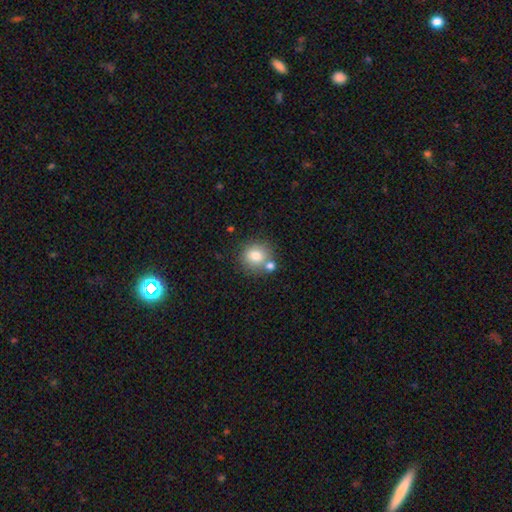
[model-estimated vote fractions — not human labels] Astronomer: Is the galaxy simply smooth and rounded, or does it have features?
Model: smooth — 79%.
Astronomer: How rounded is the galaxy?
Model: round — 86%.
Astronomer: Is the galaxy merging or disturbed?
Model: none — 64%.